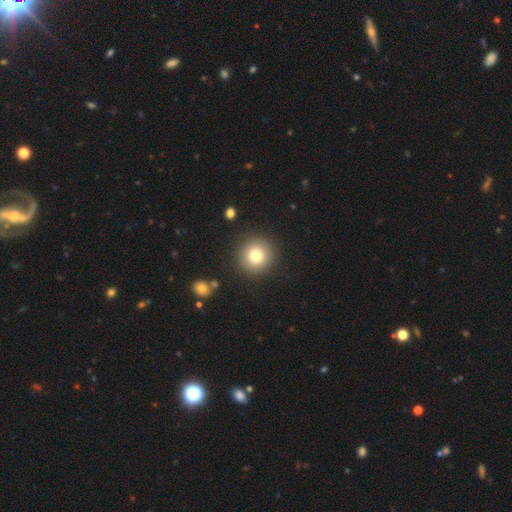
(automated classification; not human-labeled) smooth 80%, star or artifact 11%, featured or disk 9%. Down the decision tree: how rounded — round (94%); merging — none (89%).